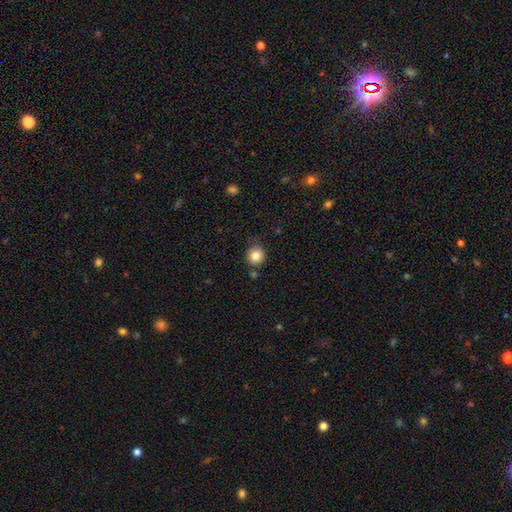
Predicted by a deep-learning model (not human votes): A smooth galaxy with no disk features (83%) that is round (90%). Merging: none (80%).